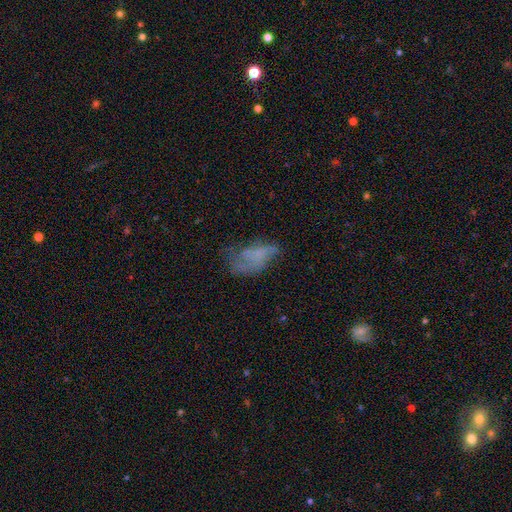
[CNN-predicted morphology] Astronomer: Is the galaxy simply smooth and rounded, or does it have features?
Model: featured or disk — 43%, tied with smooth at 43%.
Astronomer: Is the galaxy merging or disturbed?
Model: major disturbance — 37% (runner-up: none, 32%).